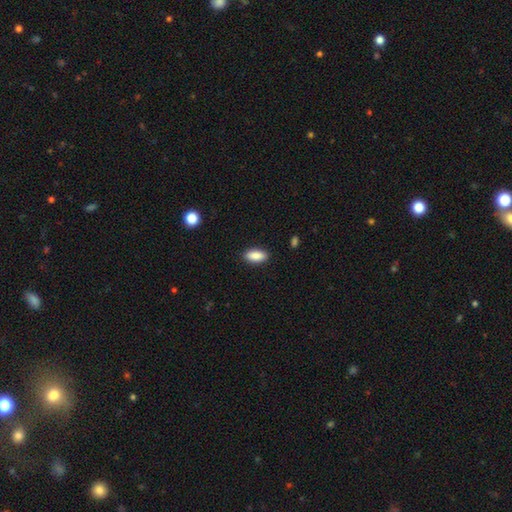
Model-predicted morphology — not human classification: This is clearly a smooth galaxy (87%). How rounded: clearly in between (88%). Merging: clearly none (89%).